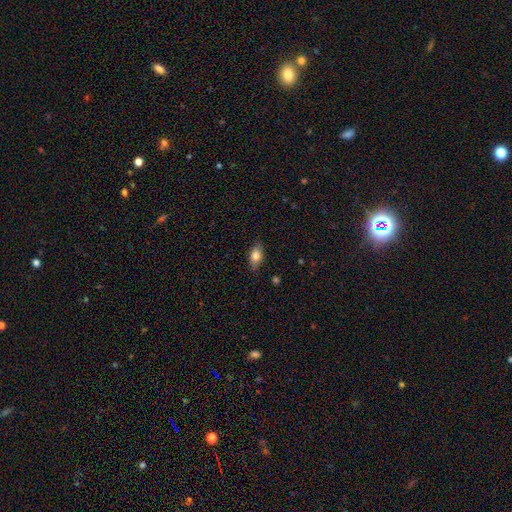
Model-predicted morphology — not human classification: A smooth galaxy with no disk features (77%) that is in between round and cigar-shaped (86%).

Vote fractions:
- Smooth or featured? smooth: 77% / featured or disk: 15% / star or artifact: 8%
- How rounded? in between: 86% / cigar-shaped: 8% / round: 6%
- Merging? none: 85% / minor disturbance: 12% / major disturbance: 2% / merger: 1%